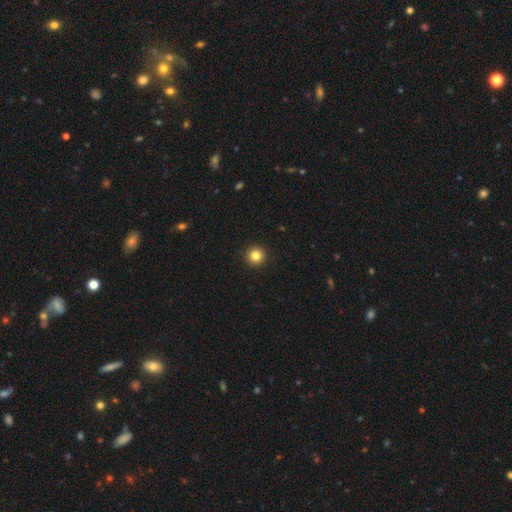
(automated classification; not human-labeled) This is clearly a smooth galaxy (83%). How rounded: clearly round (96%). Merging: clearly none (93%).